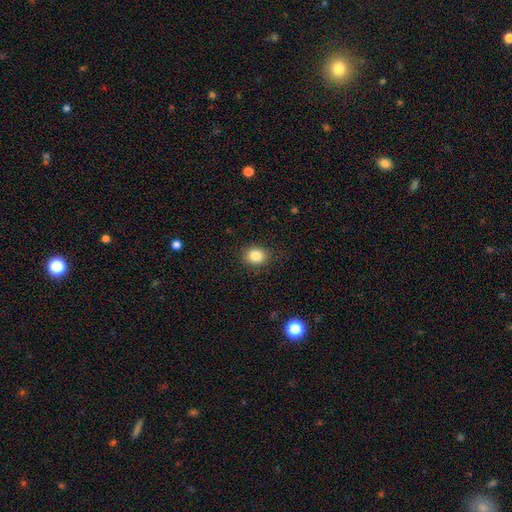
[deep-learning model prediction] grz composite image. It shows a smooth galaxy with no disk features (84%) that is round (64%). Merging: none (85%).